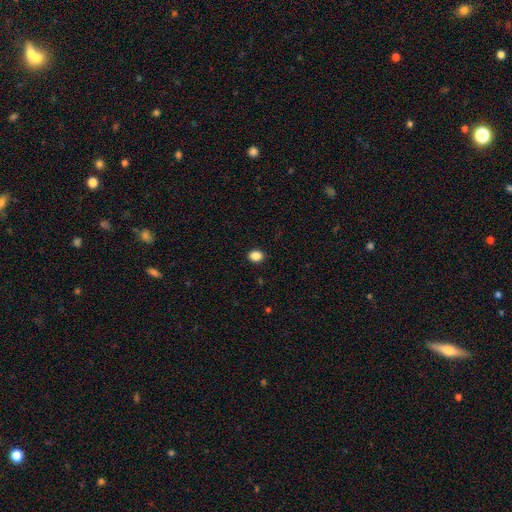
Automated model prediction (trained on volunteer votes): smooth_or_featured: smooth (p=0.87) [alt: star or artifact p=0.10]
how_rounded: round (p=0.51) [alt: in between p=0.48]
merging: none (p=0.91) [alt: minor disturbance p=0.06]